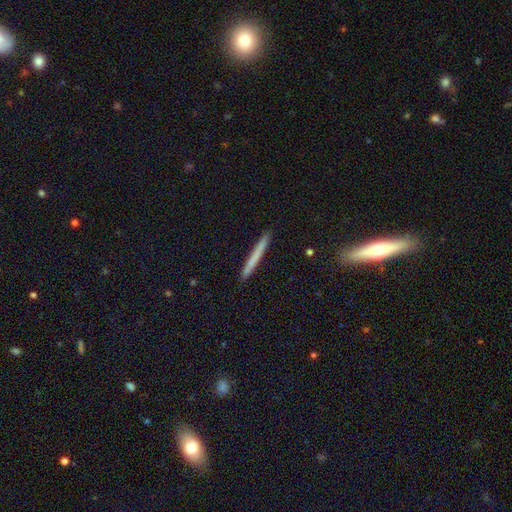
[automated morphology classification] type=smooth (64%); roundness=cigar-shaped (97%); merging=none (91%).